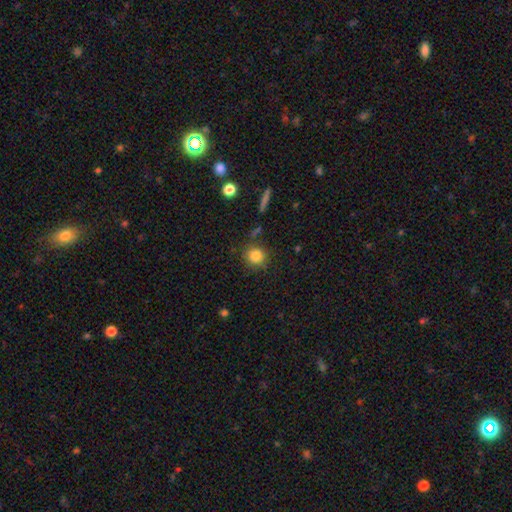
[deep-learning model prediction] Smooth or featured?
  - smooth: 84% *
  - star or artifact: 10%
  - featured or disk: 6%
How rounded?
  - round: 88% *
  - in between: 11%
  - cigar-shaped: 1%
Merging?
  - none: 83% *
  - minor disturbance: 10%
  - merger: 4%
  - major disturbance: 3%